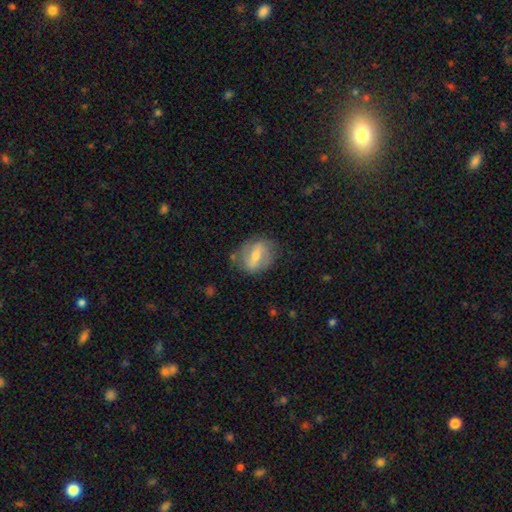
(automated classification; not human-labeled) The model was most divided on "smooth or featured": featured or disk: 50%, smooth: 42%, star or artifact: 8%. More confident: edge-on disk — no (86%); merging — none (77%).